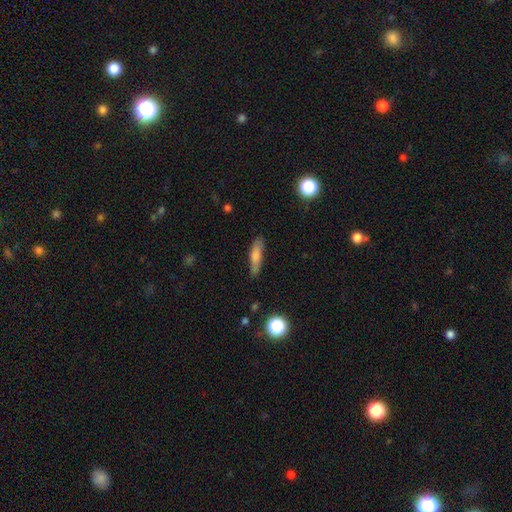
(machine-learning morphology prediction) Smooth or featured: smooth — 72% (featured or disk — 21%)
How rounded: cigar-shaped — 73% (in between — 25%)
Merging: none — 81% (minor disturbance — 14%)